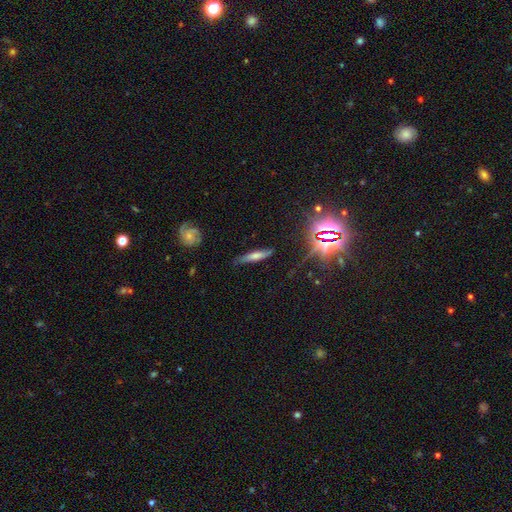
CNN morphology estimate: featured or disk 41%, smooth 38%, star or artifact 21%. Down the decision tree: merging — none (77%).